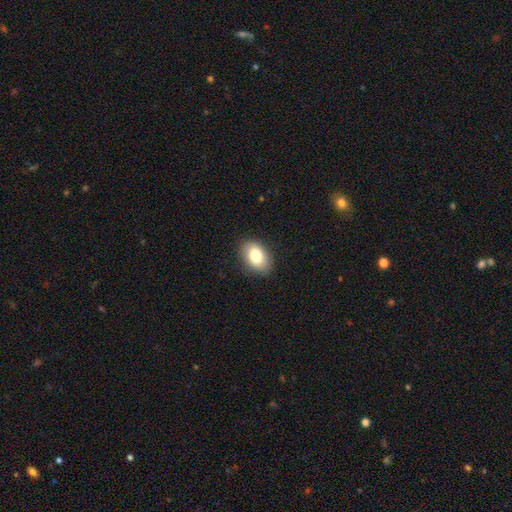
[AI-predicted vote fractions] Smooth or featured: smooth — 82% (featured or disk — 10%)
How rounded: in between — 84% (round — 15%)
Merging: none — 86% (minor disturbance — 10%)